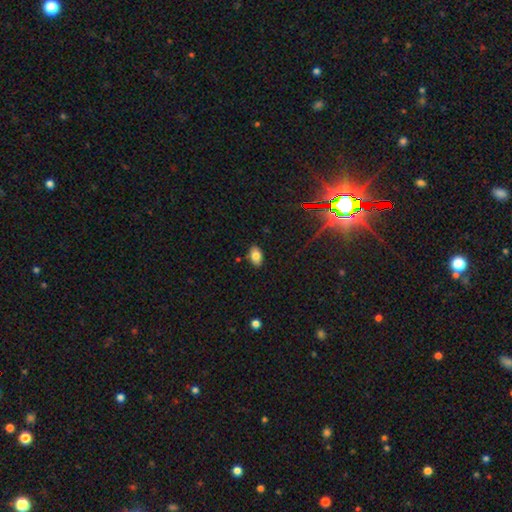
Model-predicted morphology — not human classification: Q: Smooth or featured?
A: smooth (80%); runner-up: star or artifact (10%)
Q: How rounded?
A: in between (92%); runner-up: round (6%)
Q: Merging?
A: none (86%); runner-up: minor disturbance (10%)